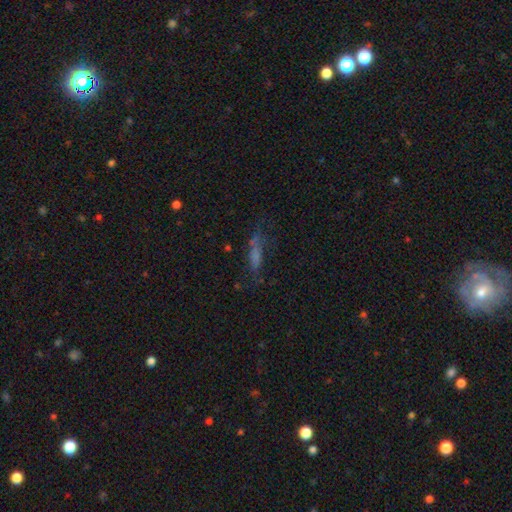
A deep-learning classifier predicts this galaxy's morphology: Q: Smooth or featured?
A: smooth (47%); runner-up: featured or disk (30%)
Q: Merging?
A: none (52%); runner-up: minor disturbance (22%)